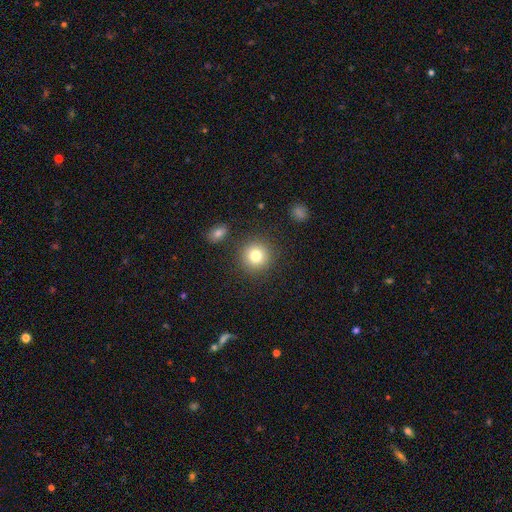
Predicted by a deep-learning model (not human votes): smooth_or_featured: smooth (p=0.80) [alt: star or artifact p=0.11]
how_rounded: round (p=0.93) [alt: in between p=0.06]
merging: none (p=0.87) [alt: minor disturbance p=0.07]